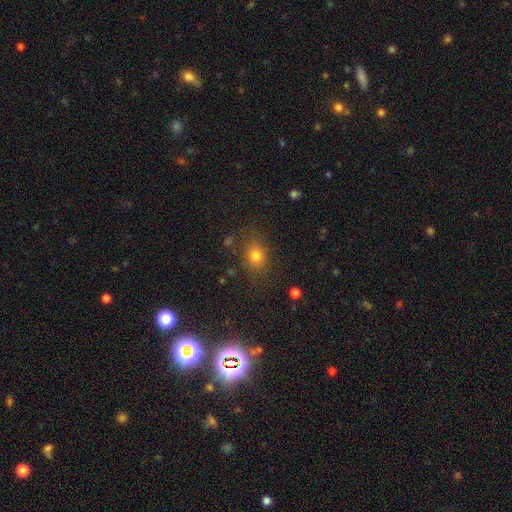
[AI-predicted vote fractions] Smooth or featured? Predicted: smooth (p=0.76). How rounded? Predicted: round (p=0.56). Merging? Predicted: none (p=0.79).